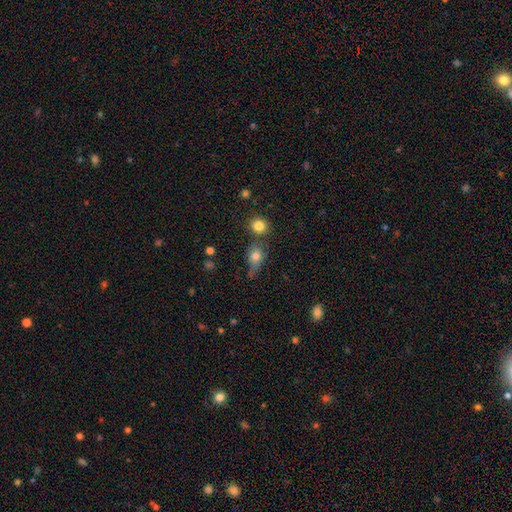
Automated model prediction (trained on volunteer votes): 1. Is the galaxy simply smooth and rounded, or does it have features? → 77% smooth, 12% featured or disk, 12% star or artifact.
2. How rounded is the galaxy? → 54% in between, 42% round, 4% cigar-shaped.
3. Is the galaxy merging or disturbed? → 41% none, 26% minor disturbance, 18% merger, 14% major disturbance.